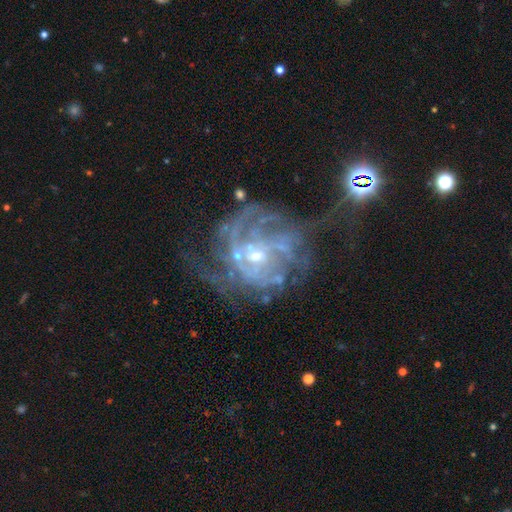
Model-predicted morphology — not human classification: Smooth or featured?
  - featured or disk: 84% *
  - star or artifact: 10%
  - smooth: 6%
Edge-on disk?
  - no: 98% *
  - yes: 2%
Bar?
  - no: 72% *
  - weak: 23%
  - strong: 6%
Spiral arms?
  - yes: 88% *
  - no: 12%
Spiral winding?
  - tight: 52% *
  - medium: 35%
  - loose: 12%
Spiral arm count?
  - can't tell: 37% *
  - 3: 17%
  - 2: 15%
  - 4: 14%
  - more than 4: 9%
  - 1: 7%
Bulge size?
  - small: 71% *
  - moderate: 23%
  - none: 3%
  - large: 1%
  - dominant: 1%
Merging?
  - none: 43% *
  - major disturbance: 28%
  - minor disturbance: 19%
  - merger: 9%